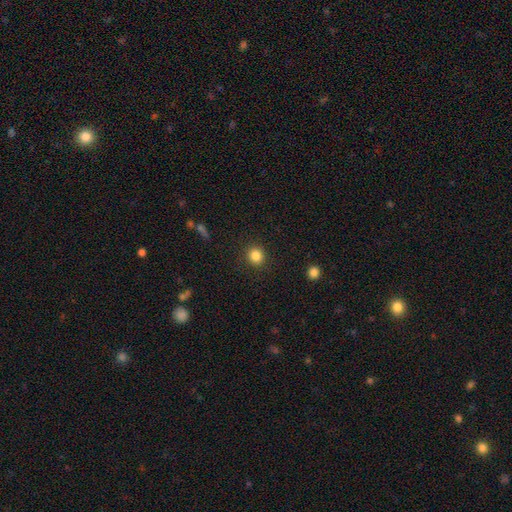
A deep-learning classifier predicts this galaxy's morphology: Q: Smooth or featured?
A: smooth (85%); runner-up: star or artifact (11%)
Q: How rounded?
A: round (86%); runner-up: in between (13%)
Q: Merging?
A: none (90%); runner-up: minor disturbance (6%)